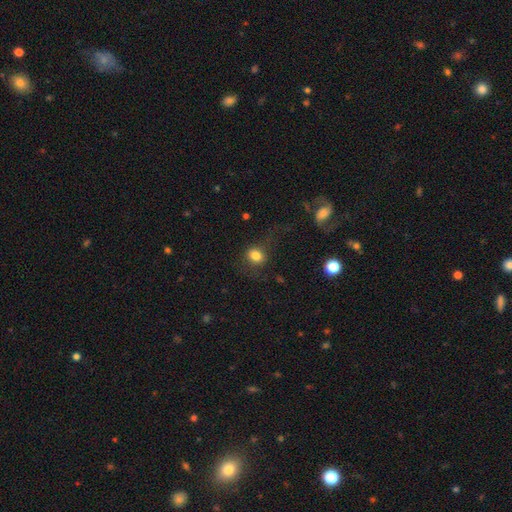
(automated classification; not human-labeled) Overall: smooth (78%). How rounded: round (59%; in between 39%). Merging: none (61%).